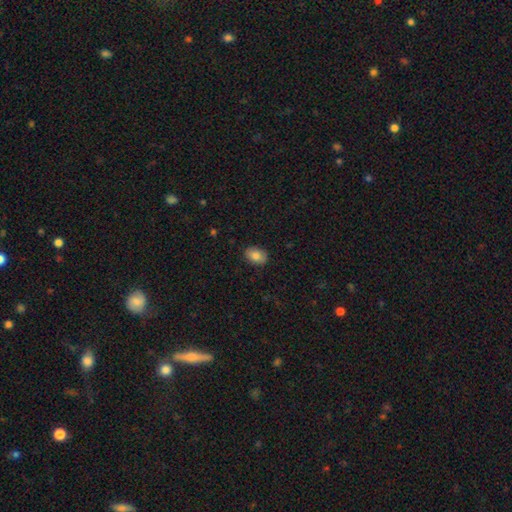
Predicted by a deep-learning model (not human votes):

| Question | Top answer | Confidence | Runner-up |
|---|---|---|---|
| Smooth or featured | smooth | 83% | featured or disk (9%) |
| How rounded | in between | 82% | round (17%) |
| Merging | none | 88% | minor disturbance (9%) |